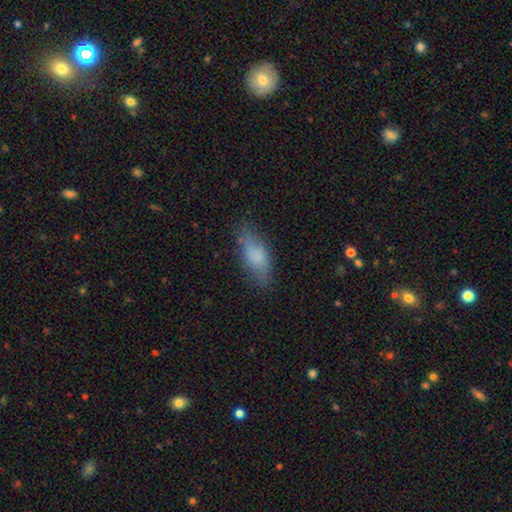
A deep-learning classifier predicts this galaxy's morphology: smooth 72%, featured or disk 20%, star or artifact 8%. Down the decision tree: how rounded — in between (75%); merging — none (67%).